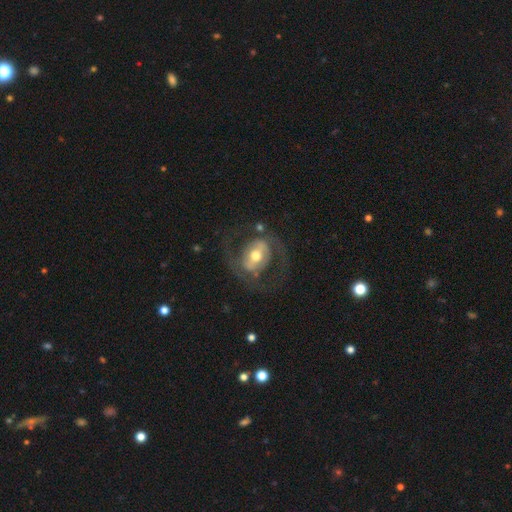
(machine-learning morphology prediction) Smooth or featured?
  - featured or disk: 73% *
  - smooth: 21%
  - star or artifact: 6%
Edge-on disk?
  - no: 95% *
  - yes: 5%
Bar?
  - weak: 36% * (tied)
  - strong: 36% * (tied)
  - no: 29%
Spiral arms?
  - yes: 64% *
  - no: 36%
Bulge size?
  - moderate: 71% *
  - small: 15%
  - large: 11%
  - dominant: 1%
  - none: 1%
Merging?
  - none: 64% *
  - major disturbance: 19%
  - minor disturbance: 15%
  - merger: 2%